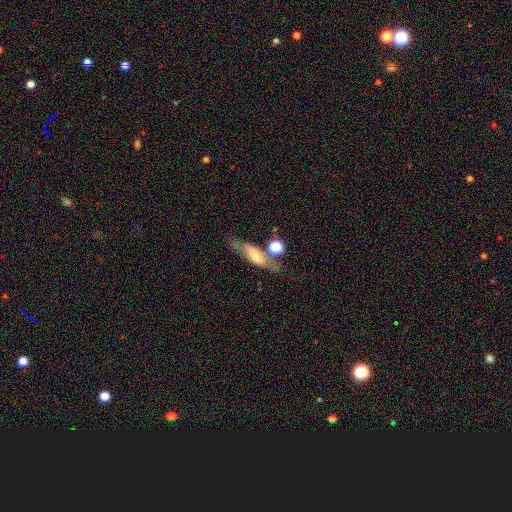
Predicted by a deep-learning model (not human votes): The model was most divided on "smooth or featured": smooth: 46%, featured or disk: 45%, star or artifact: 9%. More confident: merging — none (56%).